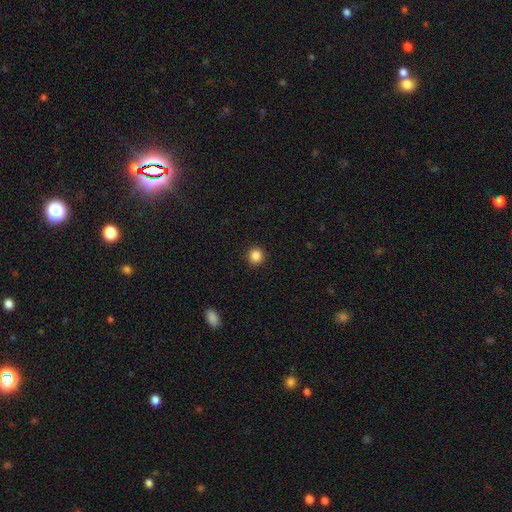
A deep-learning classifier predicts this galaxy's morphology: This is clearly a smooth galaxy (87%). How rounded: clearly round (93%). Merging: clearly none (93%).